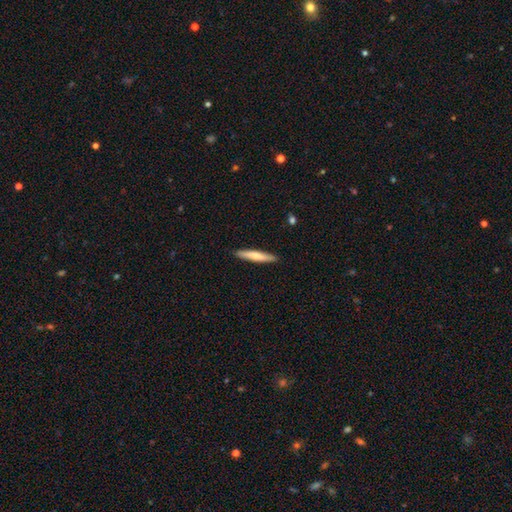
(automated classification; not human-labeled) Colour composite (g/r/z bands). It shows a smooth galaxy with no disk features (67%) that is cigar-shaped (92%). Merging: none (91%).